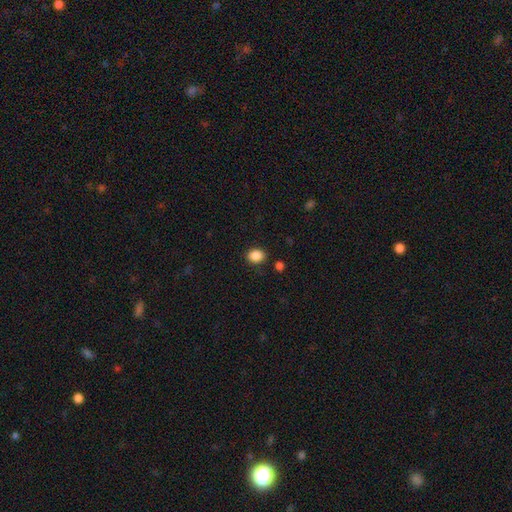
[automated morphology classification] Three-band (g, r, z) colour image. It shows a smooth galaxy with no disk features (88%) that is in between round and cigar-shaped (53%). Merging: none (86%).